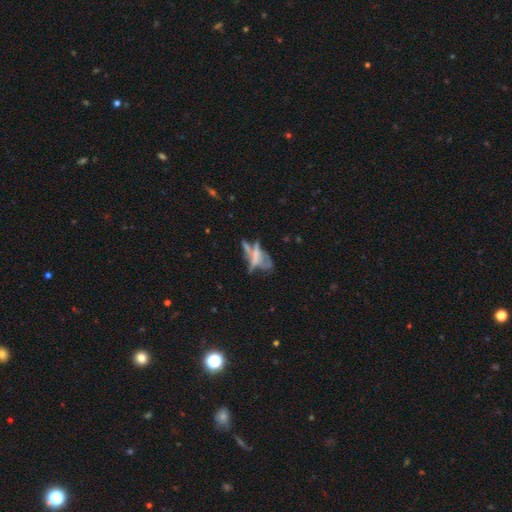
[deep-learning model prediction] Smooth or featured?
  - featured or disk: 48% *
  - smooth: 36%
  - star or artifact: 17%
Merging?
  - merger: 41% *
  - none: 26%
  - major disturbance: 21%
  - minor disturbance: 12%